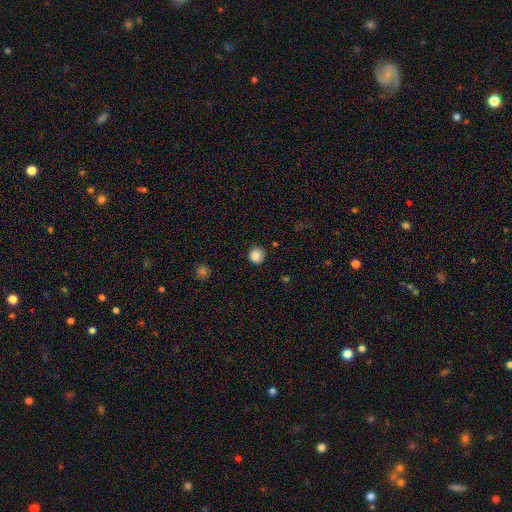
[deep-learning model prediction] This is clearly a smooth galaxy (87%). How rounded: clearly round (93%). Merging: clearly none (88%).